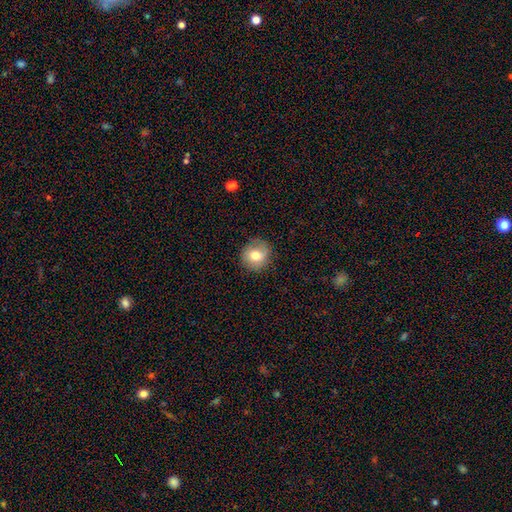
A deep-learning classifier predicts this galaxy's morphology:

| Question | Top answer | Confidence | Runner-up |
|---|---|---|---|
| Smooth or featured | smooth | 73% | featured or disk (17%) |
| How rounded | round | 87% | in between (12%) |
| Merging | none | 83% | minor disturbance (12%) |